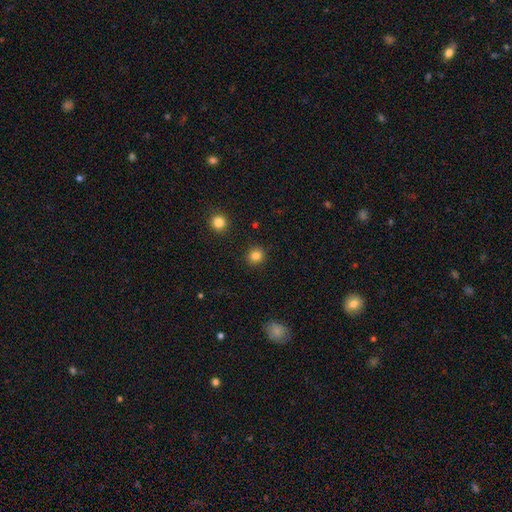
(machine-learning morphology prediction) smooth 84%, star or artifact 12%, featured or disk 4%. Down the decision tree: how rounded — round (88%); merging — none (90%).